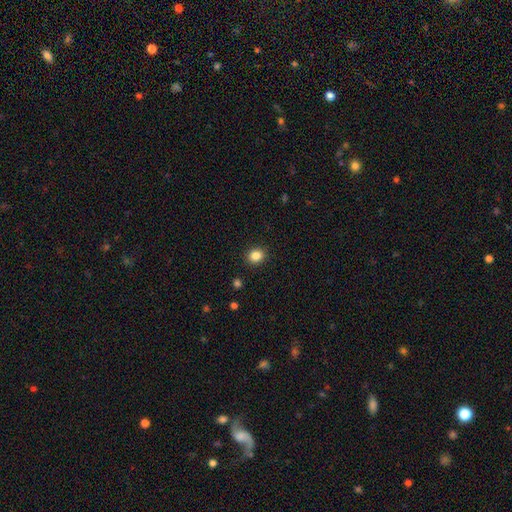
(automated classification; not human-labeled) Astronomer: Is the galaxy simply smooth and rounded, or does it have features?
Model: smooth — 85%.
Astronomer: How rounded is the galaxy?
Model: round — 69%.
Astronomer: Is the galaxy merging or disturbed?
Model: none — 91%.